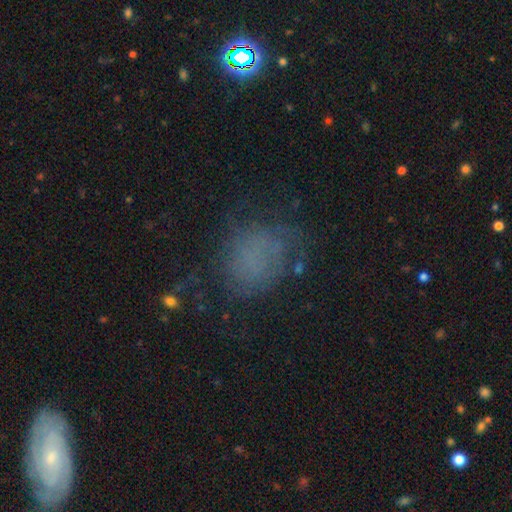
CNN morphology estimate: Smooth or featured? smooth (57%)
How rounded? round (50%)
Merging? none (59%)